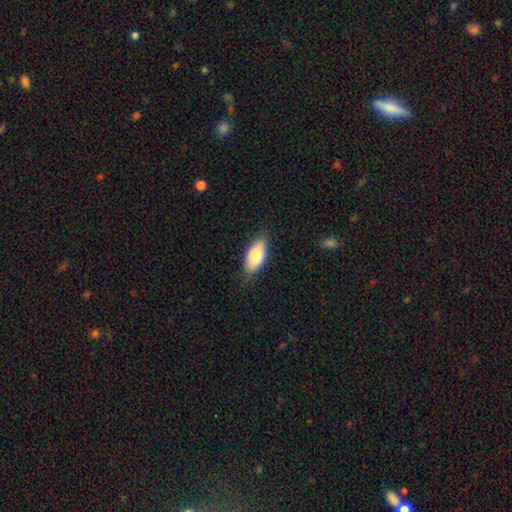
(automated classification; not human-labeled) Smooth or featured? Predicted: smooth (p=0.80). How rounded? Predicted: in between (p=0.90). Merging? Predicted: none (p=0.81).